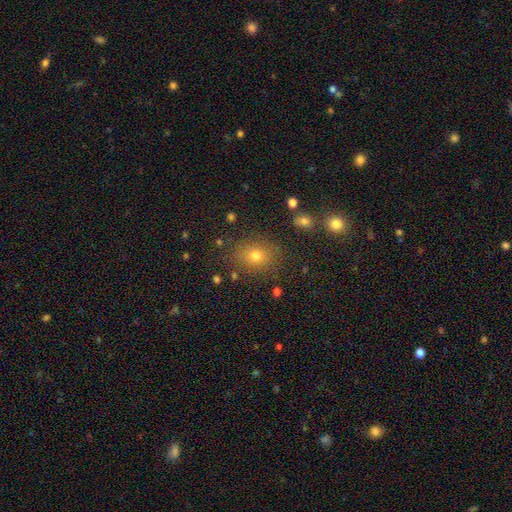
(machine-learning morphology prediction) Q: Smooth or featured?
A: smooth (70%); runner-up: star or artifact (19%)
Q: How rounded?
A: round (51%); runner-up: in between (48%)
Q: Merging?
A: none (83%); runner-up: minor disturbance (10%)